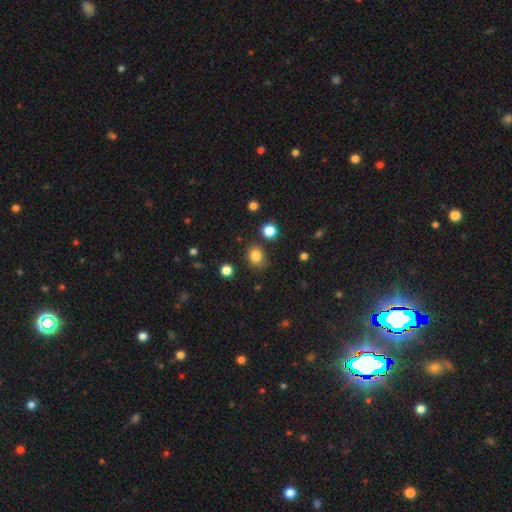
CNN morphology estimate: A smooth galaxy with no disk features (83%) that is round (59%). Merging: none (77%).